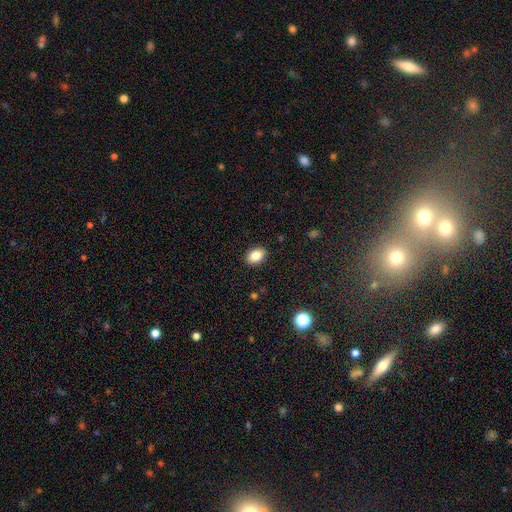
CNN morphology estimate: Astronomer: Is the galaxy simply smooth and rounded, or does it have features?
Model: smooth — 84%.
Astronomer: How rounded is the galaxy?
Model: in between — 77%.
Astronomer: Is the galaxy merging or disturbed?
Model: none — 89%.